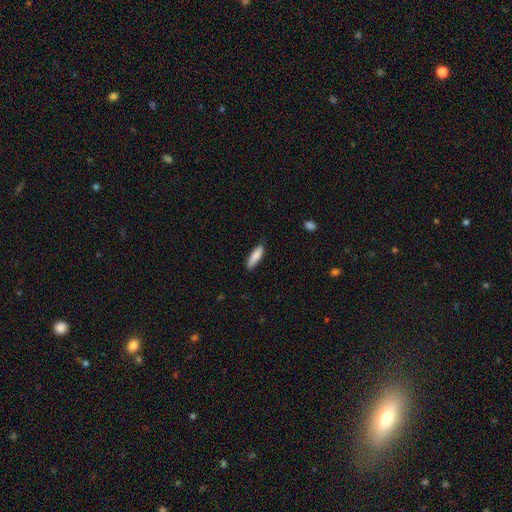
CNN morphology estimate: This appears to be a smooth galaxy with no disk features (83%) that is cigar-shaped (63%). Merging: none (78%).